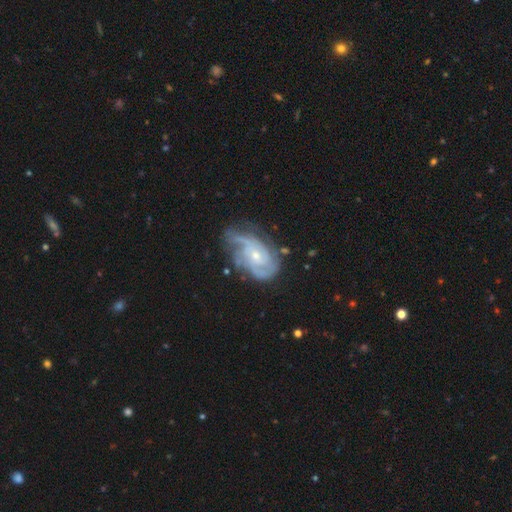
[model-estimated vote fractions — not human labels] Overall: featured or disk (86%). Edge-on disk: no (97%). Bar: no (67%; weak 28%). Spiral arms: yes (95%). Spiral arm count: 2 (27%; 3 26%). Spiral winding: tight (48%; medium 40%). Bulge size: small (63%; moderate 33%). Merging: none (50%; minor disturbance 28%).